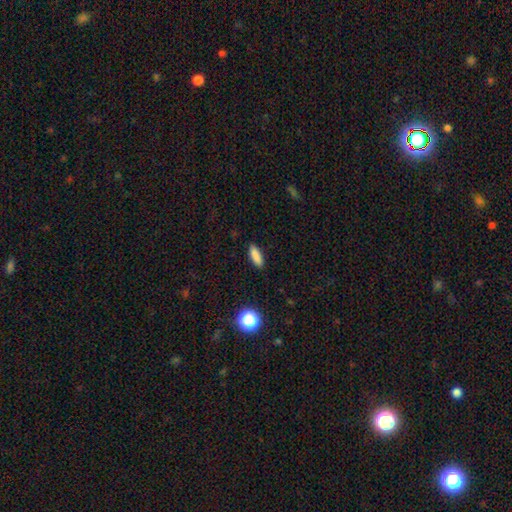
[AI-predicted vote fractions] Smooth or featured? Predicted: smooth (p=0.85). How rounded? Predicted: in between (p=0.60). Merging? Predicted: none (p=0.88).